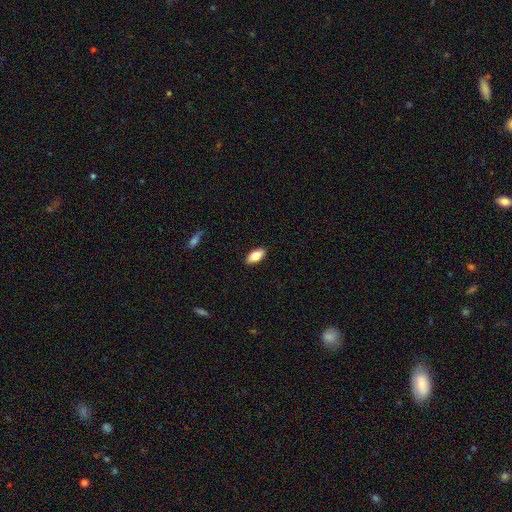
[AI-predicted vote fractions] Smooth or featured?
  - smooth: 79% *
  - featured or disk: 14%
  - star or artifact: 7%
How rounded?
  - in between: 87% *
  - cigar-shaped: 10%
  - round: 3%
Merging?
  - none: 89% *
  - minor disturbance: 8%
  - major disturbance: 2%
  - merger: 1%